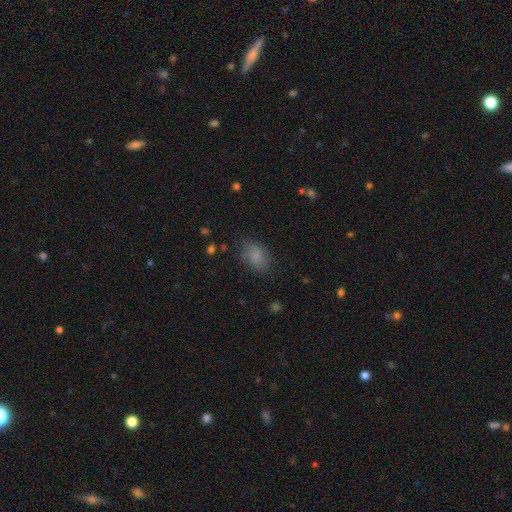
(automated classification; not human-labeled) Smooth or featured? smooth (83%)
How rounded? in between (83%)
Merging? none (76%)